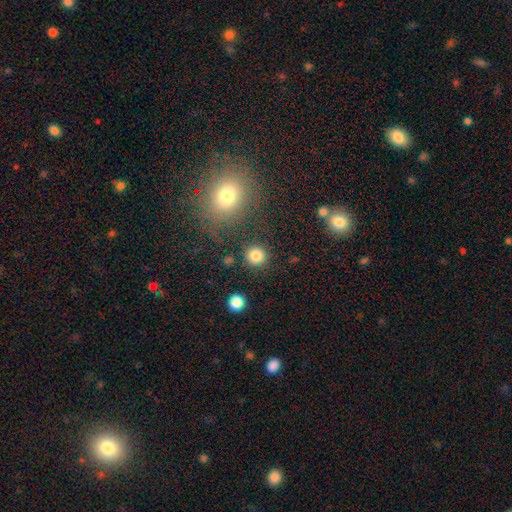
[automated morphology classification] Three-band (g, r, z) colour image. It shows a smooth galaxy with no disk features (84%) that is round (92%). Merging: none (87%).